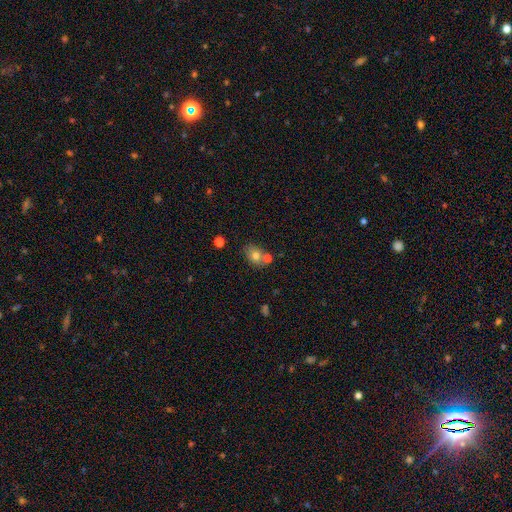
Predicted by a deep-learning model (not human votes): Morphology: type=smooth (74%); roundness=in between (58%); merging=none (55%).